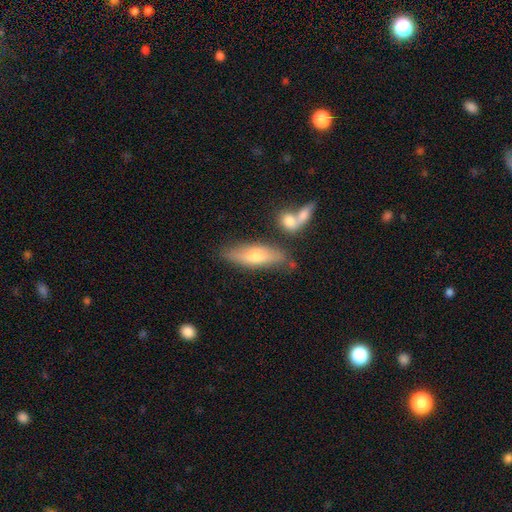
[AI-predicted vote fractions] A smooth galaxy with no disk features (51%) that is cigar-shaped (57%).

Vote fractions:
- Smooth or featured? smooth: 51% / featured or disk: 42% / star or artifact: 7%
- How rounded? cigar-shaped: 57% / in between: 40% / round: 2%
- Merging? none: 71% / minor disturbance: 15% / merger: 10% / major disturbance: 4%